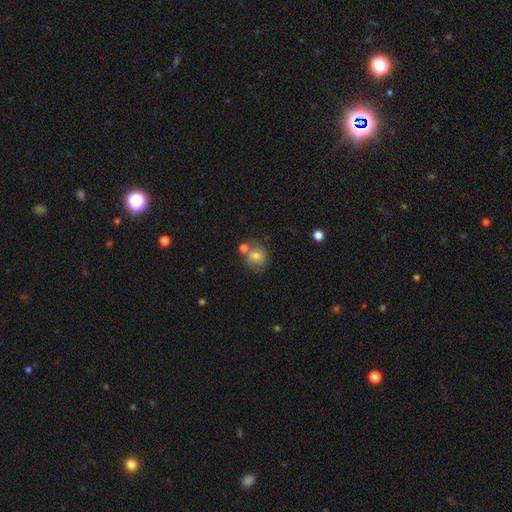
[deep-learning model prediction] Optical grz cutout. It shows a smooth galaxy with no disk features (74%) that is round (80%). Merging: none (57%).